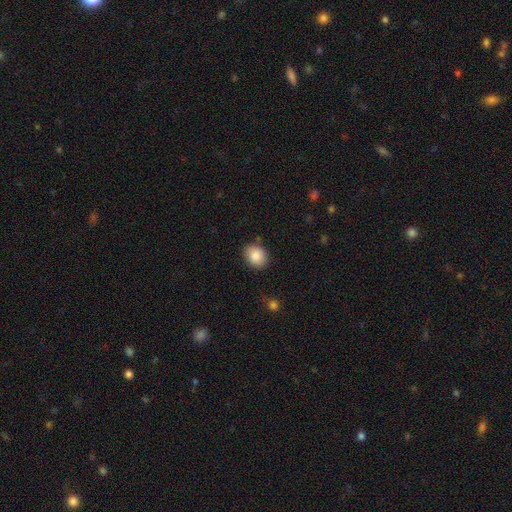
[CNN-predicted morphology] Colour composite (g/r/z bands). It shows a smooth galaxy with no disk features (87%) that is in between round and cigar-shaped (51%). Merging: none (83%).